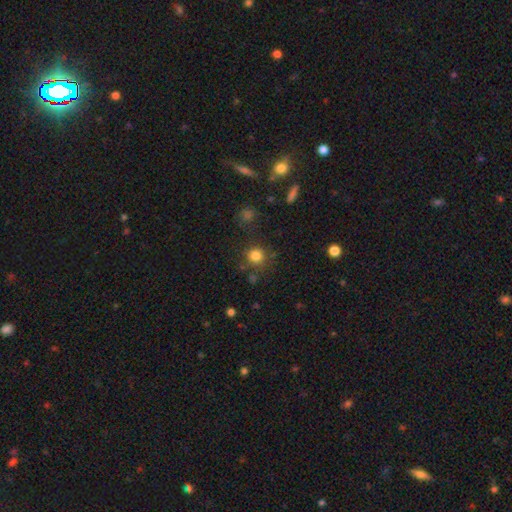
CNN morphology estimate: This is clearly a smooth galaxy (81%). How rounded: clearly round (92%). Merging: clearly none (81%).